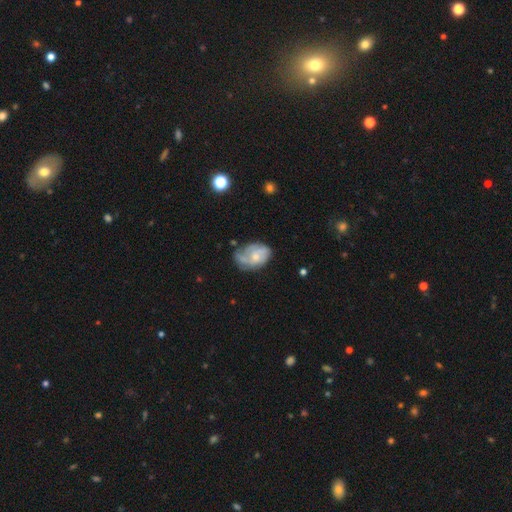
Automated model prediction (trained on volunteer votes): This appears to be a featured or disk galaxy (59%) with no bar (77%), spiral arms (71%) and a small central bulge (45%). Merging: none (47%).